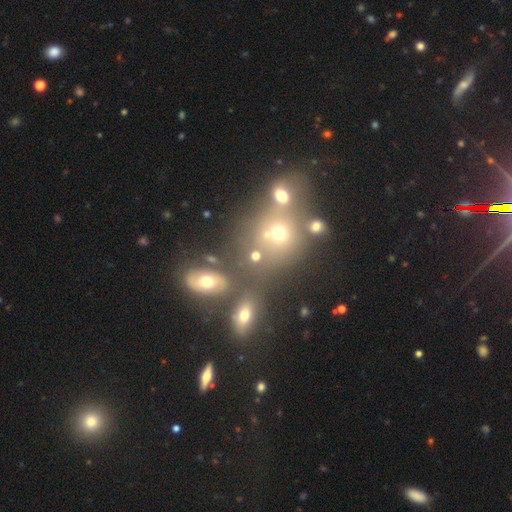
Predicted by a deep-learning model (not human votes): The model was most divided on "merging": none: 51%, merger: 32%, minor disturbance: 11%, major disturbance: 6%. More confident: smooth or featured — smooth (69%); how rounded — round (63%).